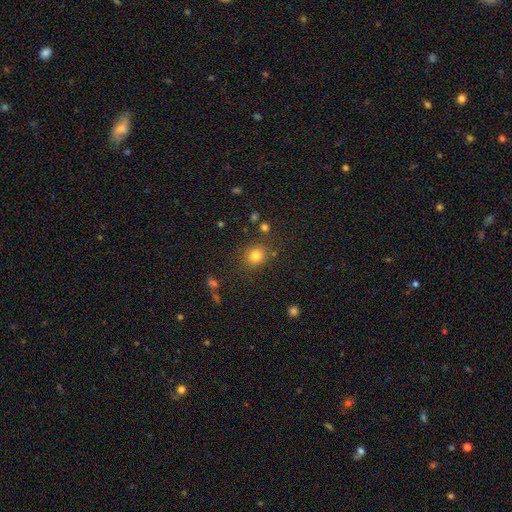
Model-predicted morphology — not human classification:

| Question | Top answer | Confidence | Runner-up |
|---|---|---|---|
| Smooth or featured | smooth | 80% | star or artifact (14%) |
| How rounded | round | 82% | in between (17%) |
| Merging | none | 81% | minor disturbance (10%) |